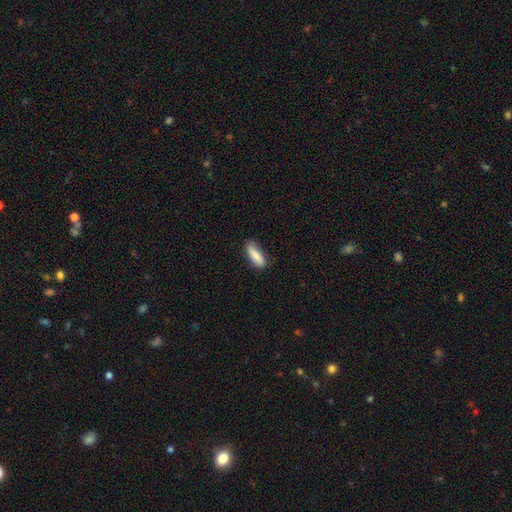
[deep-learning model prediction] Smooth or featured: smooth — 81% (featured or disk — 12%)
How rounded: cigar-shaped — 52% (in between — 46%)
Merging: none — 78% (minor disturbance — 17%)